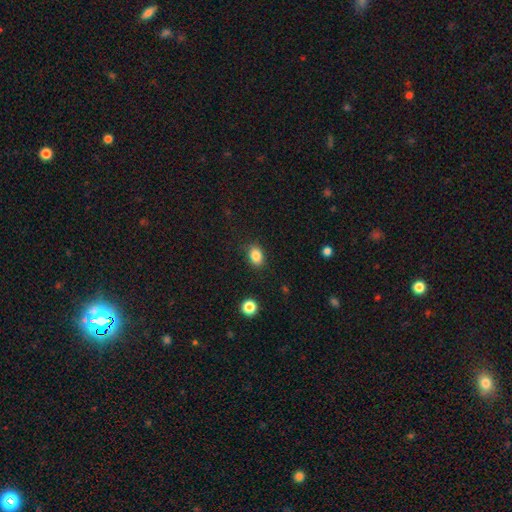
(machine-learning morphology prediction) This is clearly a smooth galaxy (85%). How rounded: likely in between (74%). Merging: clearly none (85%).